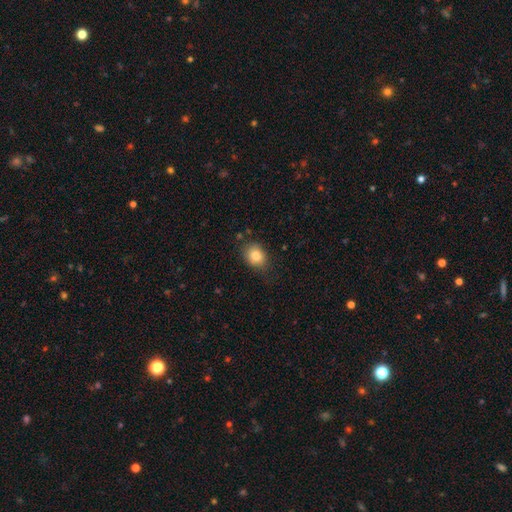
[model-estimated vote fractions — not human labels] Smooth or featured? Predicted: smooth (p=0.83). How rounded? Predicted: in between (p=0.55). Merging? Predicted: none (p=0.76).